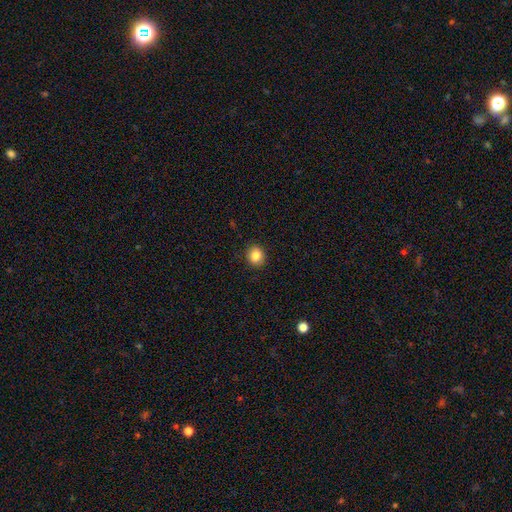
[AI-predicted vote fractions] This appears to be a smooth galaxy with no disk features (84%) that is round (86%). Merging: none (91%).